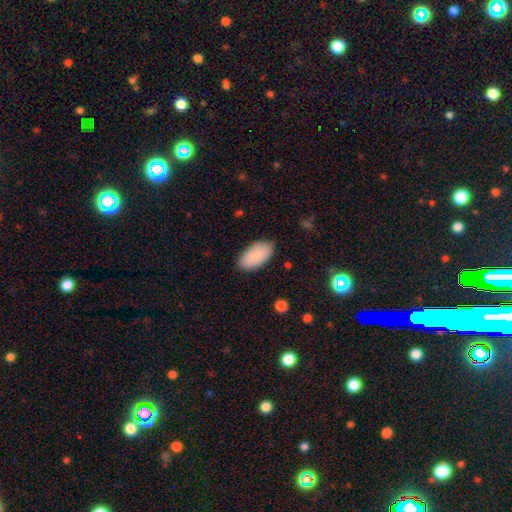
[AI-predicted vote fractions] The model was most divided on "merging": none: 86%, minor disturbance: 11%, major disturbance: 2%, merger: 1%. More confident: how rounded — in between (95%); smooth or featured — smooth (86%).